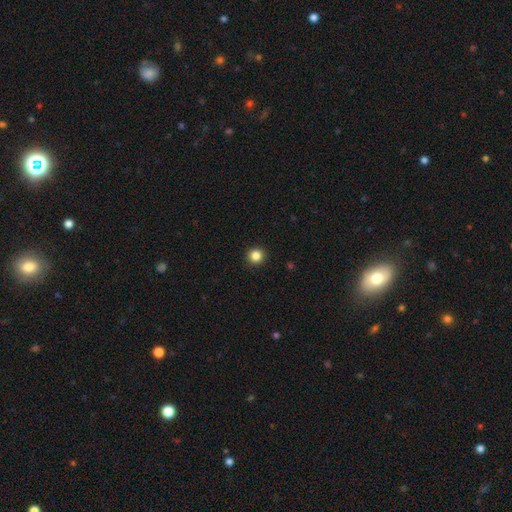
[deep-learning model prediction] A smooth galaxy with no disk features (85%) that is round (95%).

Vote fractions:
- Smooth or featured? smooth: 85% / star or artifact: 11% / featured or disk: 4%
- How rounded? round: 95% / in between: 5% / cigar-shaped: 1%
- Merging? none: 93% / minor disturbance: 4% / major disturbance: 2% / merger: 1%